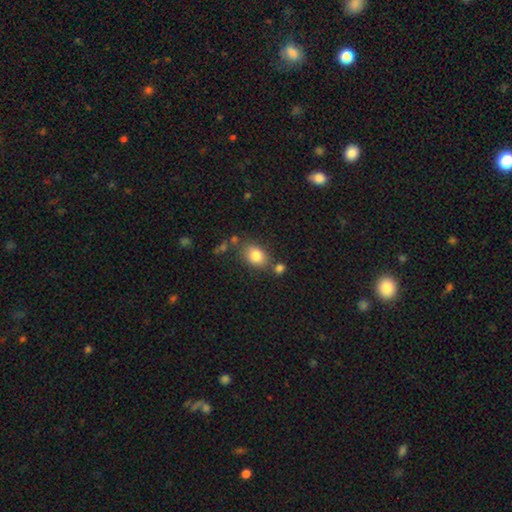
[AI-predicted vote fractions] A smooth galaxy with no disk features (82%) that is in between round and cigar-shaped (68%).

Vote fractions:
- Smooth or featured? smooth: 82% / star or artifact: 9% / featured or disk: 9%
- How rounded? in between: 68% / round: 31% / cigar-shaped: 1%
- Merging? none: 66% / minor disturbance: 15% / merger: 14% / major disturbance: 5%